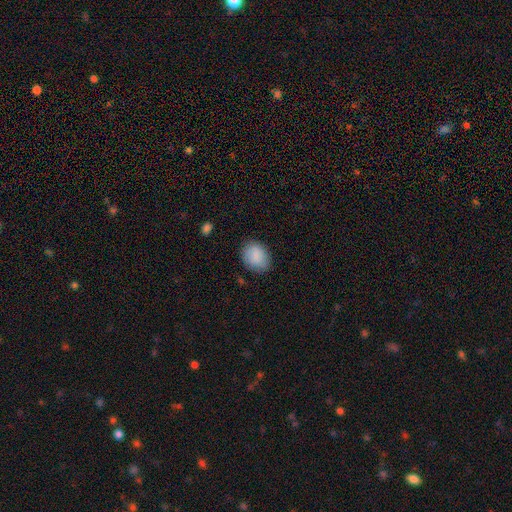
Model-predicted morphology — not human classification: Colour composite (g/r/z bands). It shows a smooth galaxy with no disk features (88%) that is in between round and cigar-shaped (66%). Merging: none (80%).